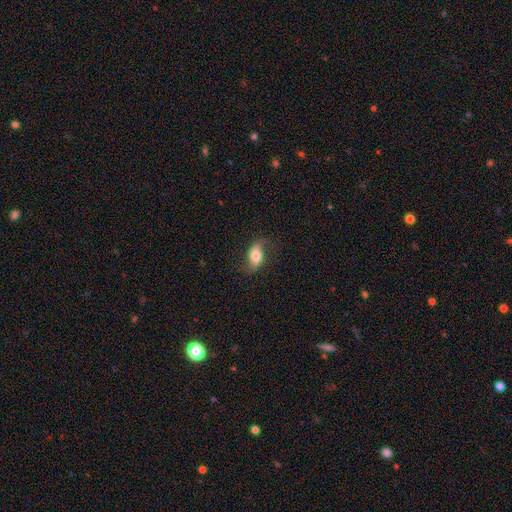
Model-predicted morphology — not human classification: Smooth or featured: smooth — 50% (featured or disk — 43%)
Merging: none — 73% (minor disturbance — 18%)